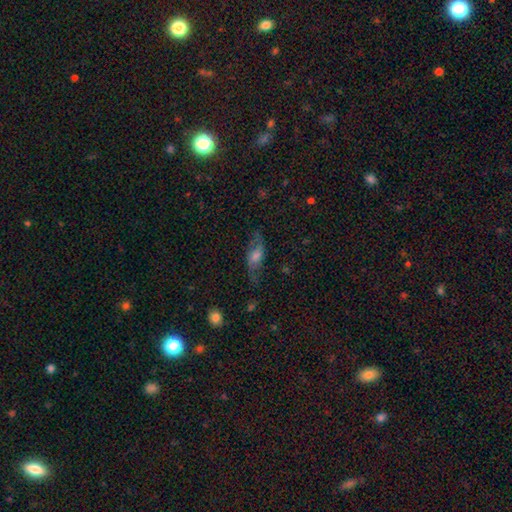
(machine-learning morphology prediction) smooth_or_featured: featured or disk (p=0.57) [alt: smooth p=0.30]
disk_edge_on: no (p=0.72) [alt: yes p=0.28]
merging: none (p=0.70) [alt: minor disturbance p=0.18]